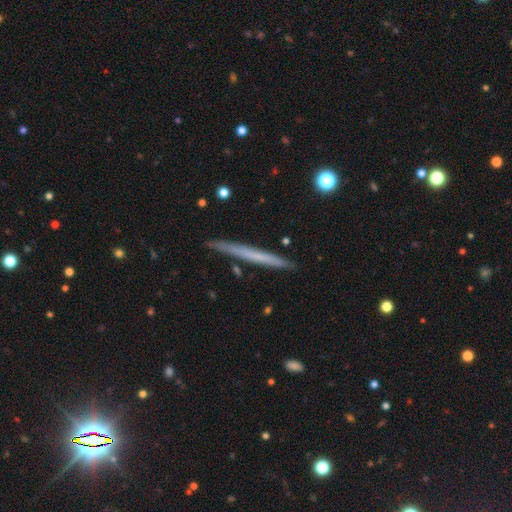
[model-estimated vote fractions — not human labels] This is possibly a smooth galaxy (50%). How rounded: clearly cigar-shaped (97%). Merging: clearly none (90%).